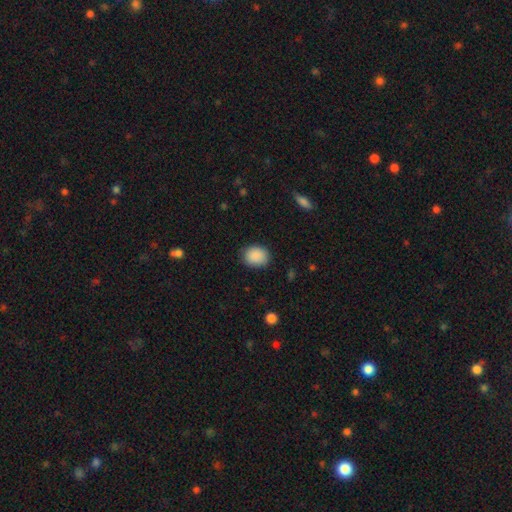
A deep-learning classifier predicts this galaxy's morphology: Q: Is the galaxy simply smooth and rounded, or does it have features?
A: smooth — 89%.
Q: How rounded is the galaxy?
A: round — 55%.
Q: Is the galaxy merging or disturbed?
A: none — 84%.